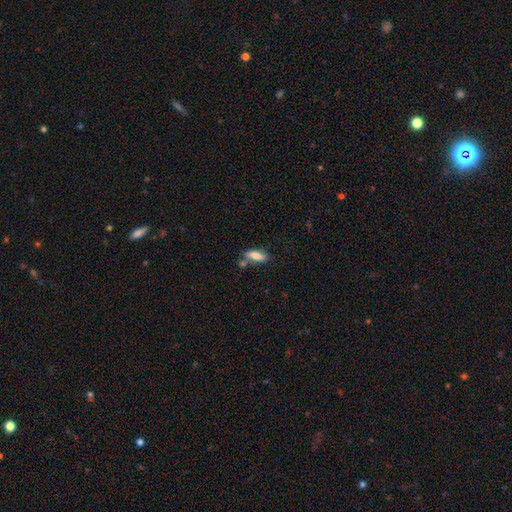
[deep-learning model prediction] A smooth galaxy with no disk features (75%) that is in between round and cigar-shaped (62%). Merging: none (62%).